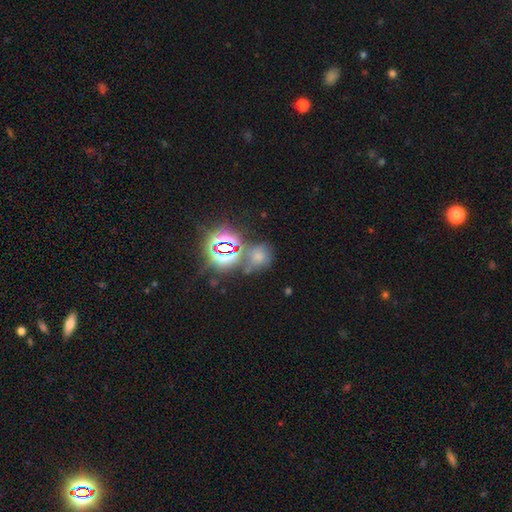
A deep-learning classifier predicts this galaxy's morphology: The model was most divided on "smooth or featured": star or artifact: 49%, smooth: 40%, featured or disk: 11%.